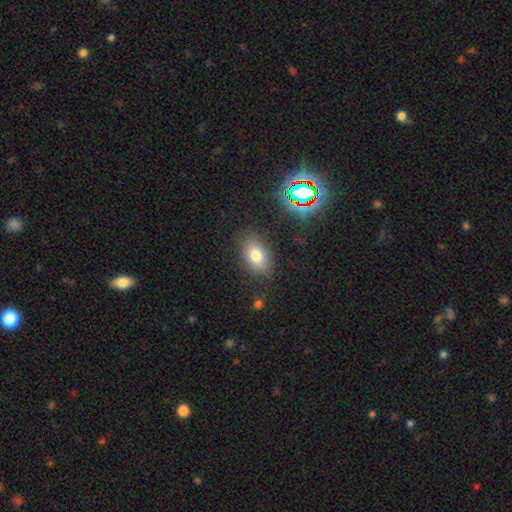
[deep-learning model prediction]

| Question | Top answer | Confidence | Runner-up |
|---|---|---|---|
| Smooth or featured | smooth | 76% | star or artifact (12%) |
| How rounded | in between | 87% | round (11%) |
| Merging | none | 82% | minor disturbance (13%) |